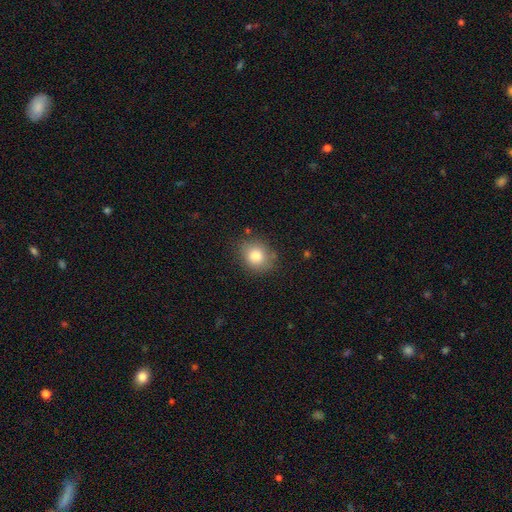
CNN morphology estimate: This appears to be a smooth galaxy with no disk features (82%) that is round (65%). Merging: none (79%).